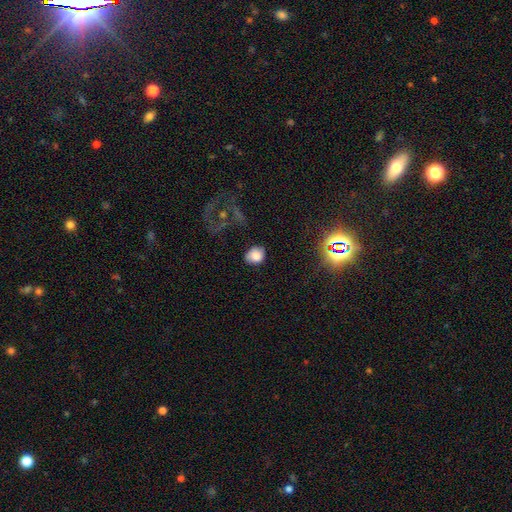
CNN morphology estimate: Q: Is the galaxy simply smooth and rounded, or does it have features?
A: smooth — 80%.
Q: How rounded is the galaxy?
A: round — 61%.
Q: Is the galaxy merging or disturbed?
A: none — 74%.